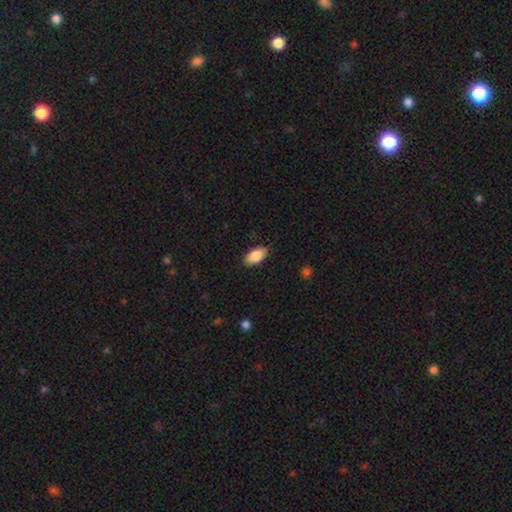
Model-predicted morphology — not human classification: Q: Smooth or featured?
A: smooth (86%); runner-up: featured or disk (8%)
Q: How rounded?
A: in between (92%); runner-up: cigar-shaped (5%)
Q: Merging?
A: none (87%); runner-up: minor disturbance (10%)